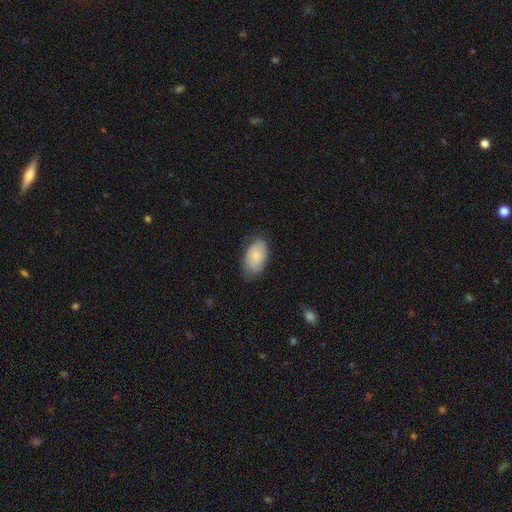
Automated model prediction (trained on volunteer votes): Q: Smooth or featured?
A: smooth (75%); runner-up: featured or disk (19%)
Q: How rounded?
A: in between (93%); runner-up: round (5%)
Q: Merging?
A: none (68%); runner-up: minor disturbance (26%)